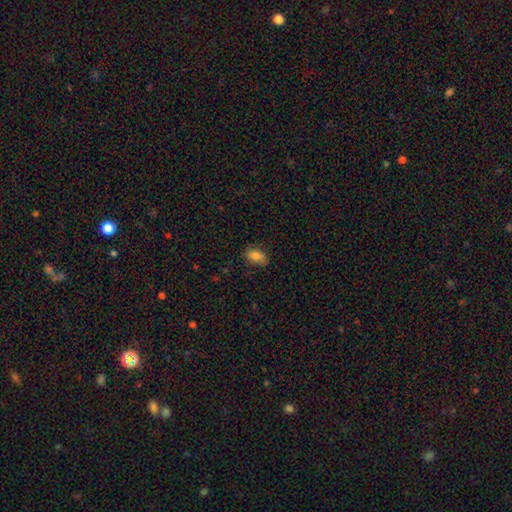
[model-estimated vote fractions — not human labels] Smooth or featured?
  - smooth: 81% *
  - featured or disk: 10%
  - star or artifact: 9%
How rounded?
  - in between: 89% *
  - round: 7%
  - cigar-shaped: 4%
Merging?
  - none: 76% *
  - minor disturbance: 19%
  - major disturbance: 4%
  - merger: 1%